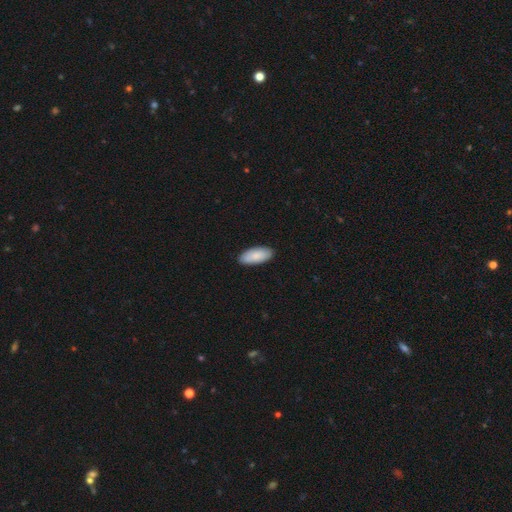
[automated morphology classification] Smooth or featured? smooth (86%)
How rounded? in between (90%)
Merging? none (88%)